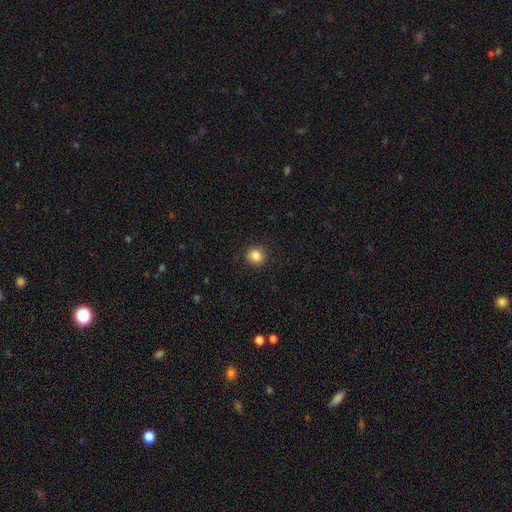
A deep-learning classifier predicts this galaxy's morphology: This is clearly a smooth galaxy (85%). How rounded: clearly round (87%). Merging: clearly none (89%).